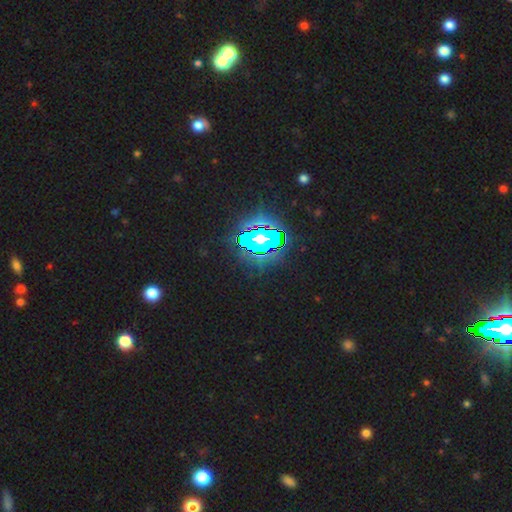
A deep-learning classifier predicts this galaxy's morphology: This is clearly a star or artifact rather than a galaxy (83%).